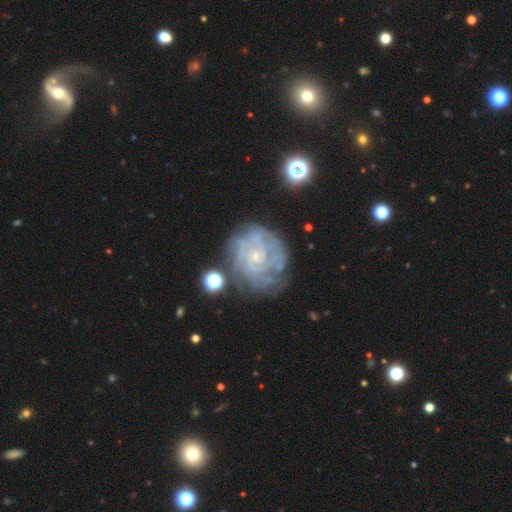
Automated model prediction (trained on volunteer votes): Smooth or featured?
  - featured or disk: 81% *
  - smooth: 11%
  - star or artifact: 8%
Edge-on disk?
  - no: 98% *
  - yes: 2%
Bar?
  - no: 78% *
  - weak: 18%
  - strong: 4%
Spiral arms?
  - yes: 91% *
  - no: 9%
Spiral winding?
  - tight: 72% *
  - medium: 22%
  - loose: 6%
Spiral arm count?
  - can't tell: 43% *
  - 4: 17%
  - 3: 14%
  - 2: 10%
  - more than 4: 10%
  - 1: 6%
Bulge size?
  - small: 81% *
  - moderate: 12%
  - none: 5%
  - large: 1%
  - dominant: 1%
Merging?
  - none: 68% *
  - minor disturbance: 19%
  - major disturbance: 10%
  - merger: 3%